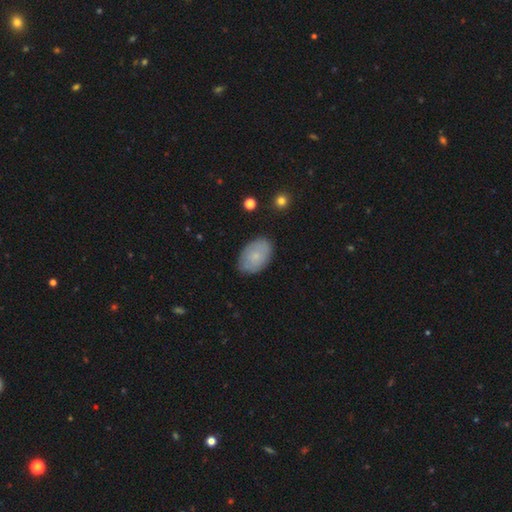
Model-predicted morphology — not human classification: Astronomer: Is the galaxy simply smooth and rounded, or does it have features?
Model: smooth — 73%.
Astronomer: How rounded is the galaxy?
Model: in between — 91%.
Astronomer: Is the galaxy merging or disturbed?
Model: none — 83%.